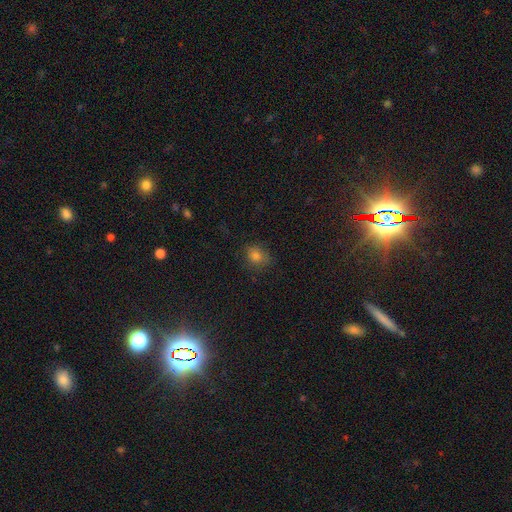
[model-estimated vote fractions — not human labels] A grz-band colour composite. It shows a smooth galaxy with no disk features (75%) that is round (64%). Merging: none (78%).